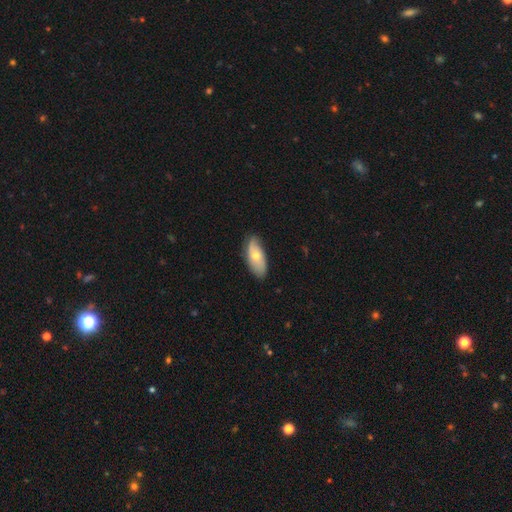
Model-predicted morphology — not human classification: type=smooth (56%); roundness=in between (86%); merging=none (75%).